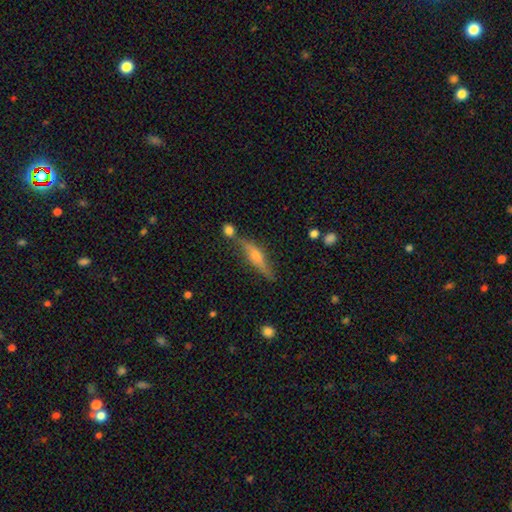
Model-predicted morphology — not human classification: Smooth or featured?
  - featured or disk: 63% *
  - smooth: 28%
  - star or artifact: 8%
Edge-on disk?
  - yes: 92% *
  - no: 8%
Edge-on bulge?
  - rounded: 85% *
  - boxy: 8%
  - none: 7%
Merging?
  - none: 70% *
  - minor disturbance: 16%
  - merger: 10%
  - major disturbance: 5%